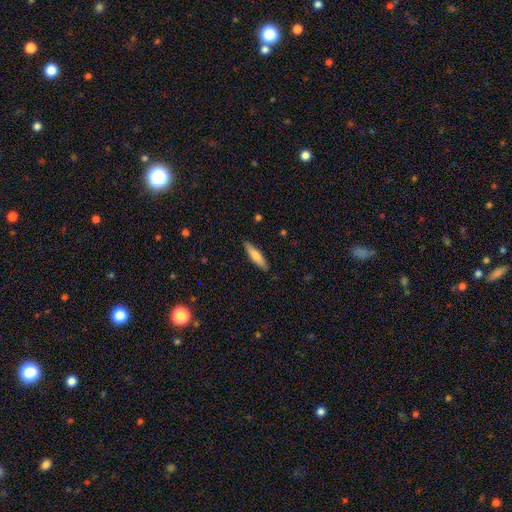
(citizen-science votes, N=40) Q: Smooth or featured?
A: smooth (65%); runner-up: featured or disk (32%)
Q: How rounded?
A: cigar-shaped (85%); runner-up: in between (15%)
Q: Merging?
A: none (79%); runner-up: minor disturbance (15%)